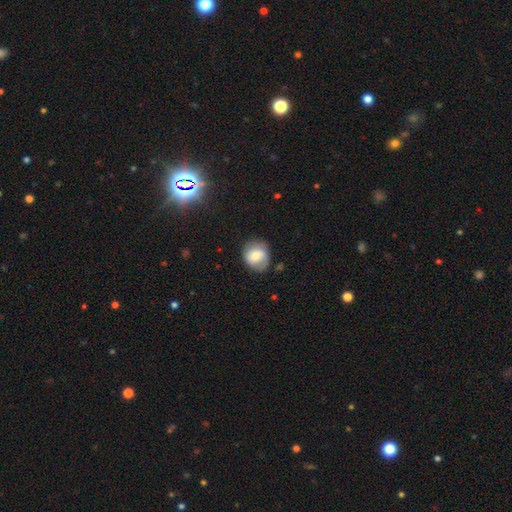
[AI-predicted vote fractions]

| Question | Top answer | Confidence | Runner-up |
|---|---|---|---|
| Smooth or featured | smooth | 60% | featured or disk (32%) |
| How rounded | round | 76% | in between (23%) |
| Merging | none | 70% | minor disturbance (21%) |